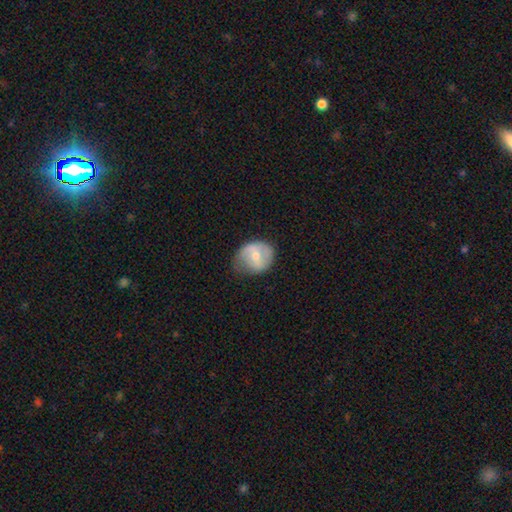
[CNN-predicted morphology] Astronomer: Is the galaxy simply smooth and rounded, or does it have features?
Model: smooth — 54% (runner-up: featured or disk, 40%).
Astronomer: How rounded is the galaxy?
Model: round — 62%.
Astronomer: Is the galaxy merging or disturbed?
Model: none — 52% (runner-up: minor disturbance, 35%).